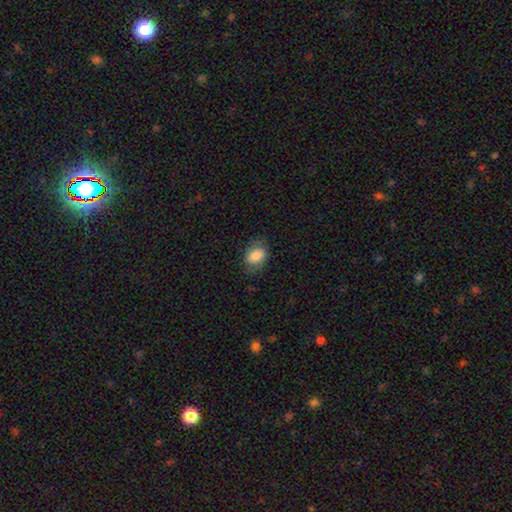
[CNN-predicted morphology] smooth 77%, featured or disk 15%, star or artifact 8%. Down the decision tree: how rounded — in between (81%); merging — none (69%).